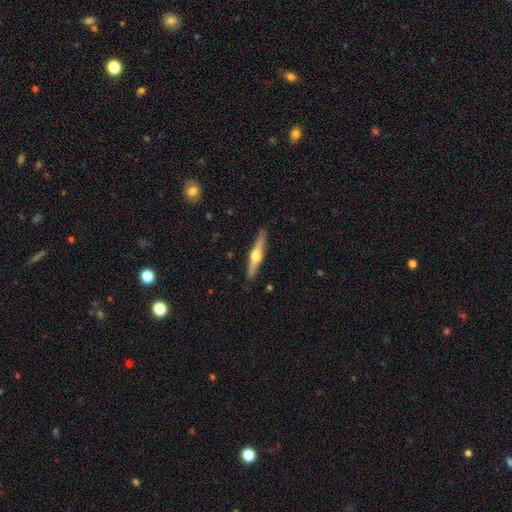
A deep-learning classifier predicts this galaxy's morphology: The model was most divided on "smooth or featured": featured or disk: 68%, smooth: 26%, star or artifact: 5%. More confident: edge-on disk — yes (97%); edge-on bulge — rounded (95%); merging — none (89%).